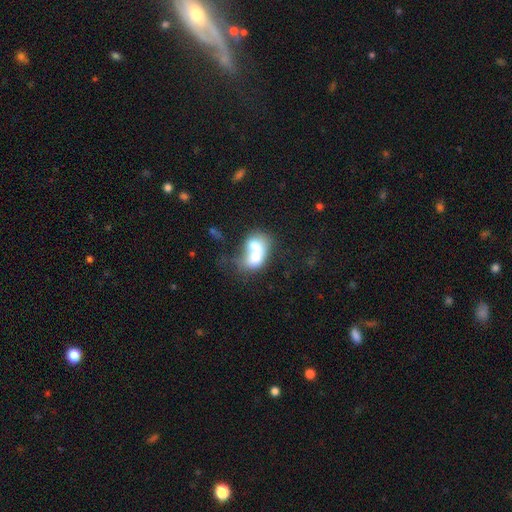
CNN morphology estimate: type=smooth (62%); roundness=in between (68%); merging=merger (71%).